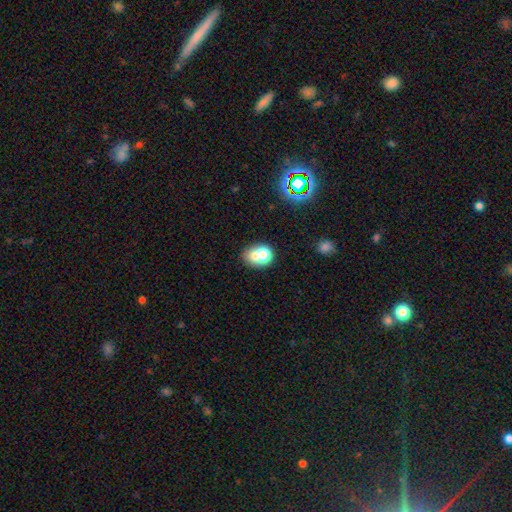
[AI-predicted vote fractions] Smooth or featured?
  - smooth: 67% *
  - featured or disk: 19%
  - star or artifact: 14%
How rounded?
  - round: 51% *
  - in between: 48%
  - cigar-shaped: 1%
Merging?
  - merger: 42% *
  - none: 40%
  - minor disturbance: 11%
  - major disturbance: 6%